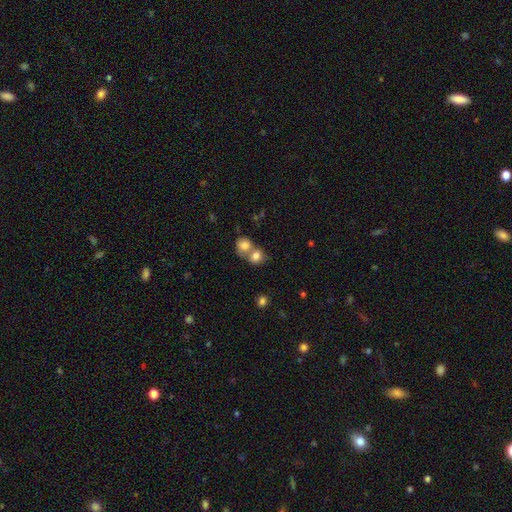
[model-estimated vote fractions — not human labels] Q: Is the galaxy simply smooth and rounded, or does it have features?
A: smooth — 80%.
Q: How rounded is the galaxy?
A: round — 67%.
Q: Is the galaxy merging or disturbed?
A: merger — 64%.